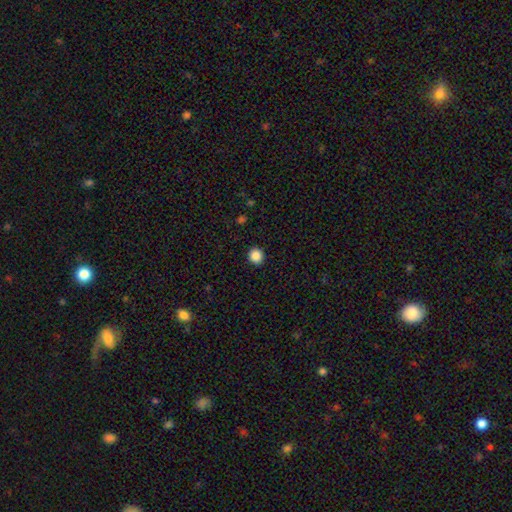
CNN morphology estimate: Smooth or featured? Predicted: smooth (p=0.86). How rounded? Predicted: round (p=0.91). Merging? Predicted: none (p=0.93).